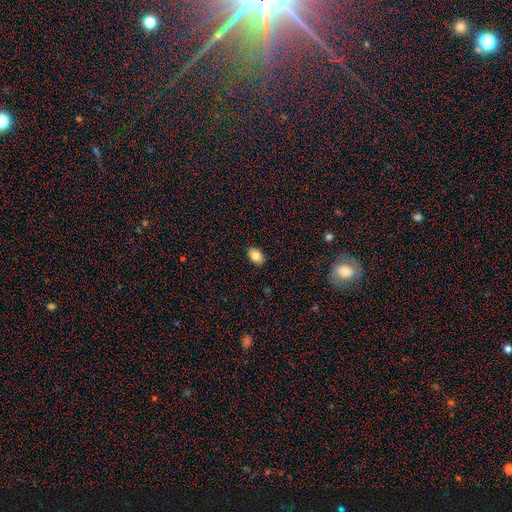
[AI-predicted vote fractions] Smooth or featured? smooth (83%)
How rounded? in between (83%)
Merging? none (89%)